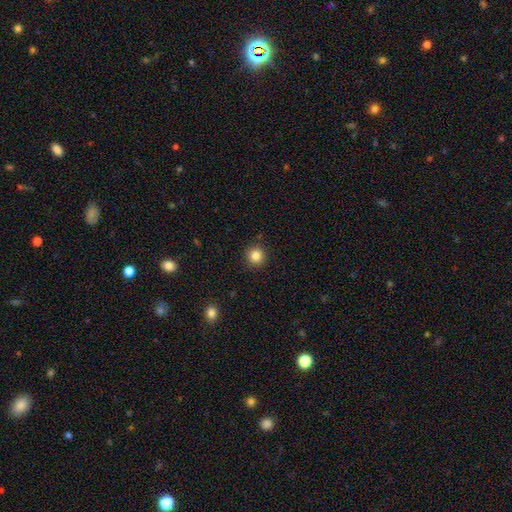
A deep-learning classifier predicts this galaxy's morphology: Q: Smooth or featured?
A: smooth (84%); runner-up: star or artifact (11%)
Q: How rounded?
A: round (94%); runner-up: in between (5%)
Q: Merging?
A: none (91%); runner-up: minor disturbance (6%)